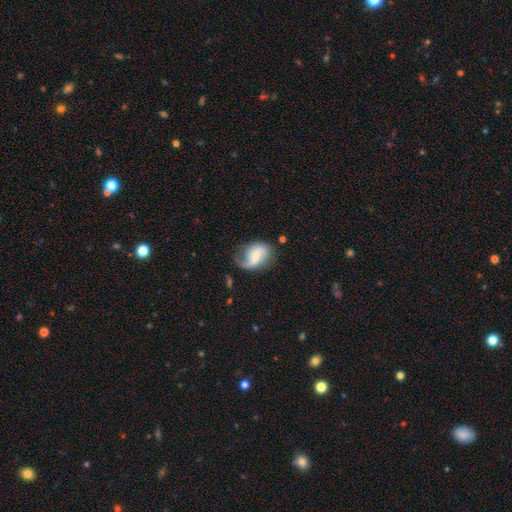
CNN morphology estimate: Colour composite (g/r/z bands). It shows a featured or disk galaxy (66%) with a weak bar (43%), 2 (53%) loose (58%) spiral arms (90%) and a small central bulge (50%). Merging: none (48%).